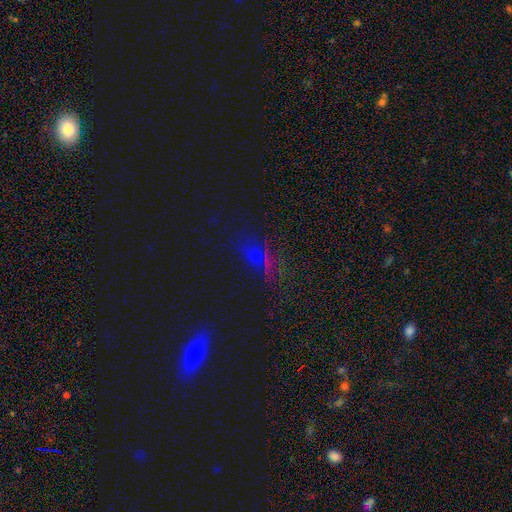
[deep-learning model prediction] Morphology: type=star or artifact (54%).